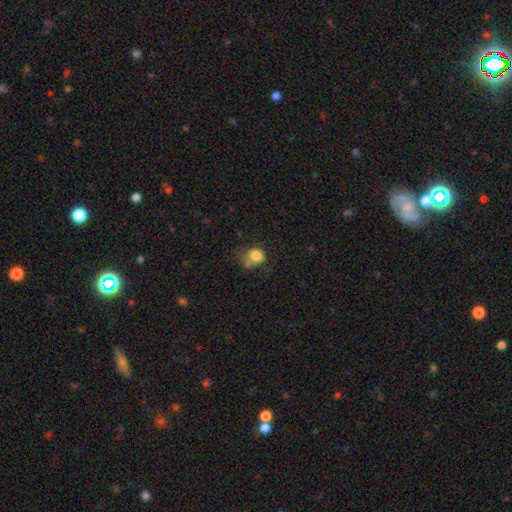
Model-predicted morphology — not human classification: Smooth or featured? Predicted: smooth (p=0.82). How rounded? Predicted: round (p=0.69). Merging? Predicted: none (p=0.47).